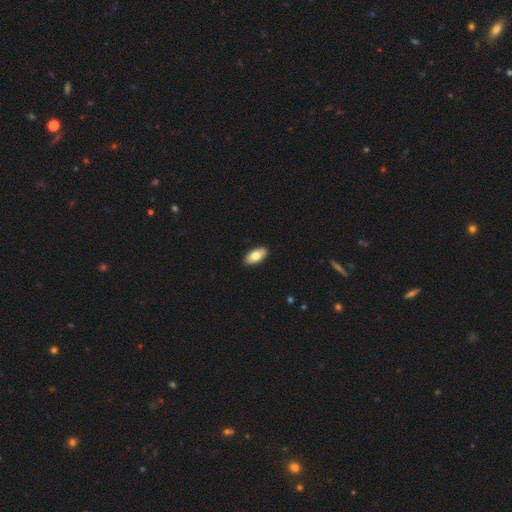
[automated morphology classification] Smooth or featured? smooth (75%)
How rounded? in between (91%)
Merging? none (90%)